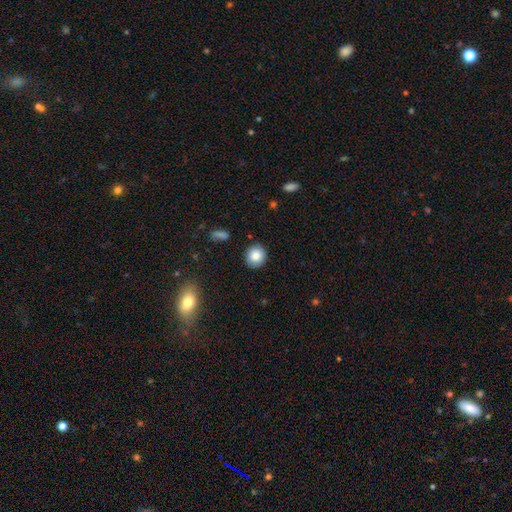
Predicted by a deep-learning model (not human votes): This is clearly a smooth galaxy (82%). How rounded: clearly round (84%). Merging: clearly none (86%).